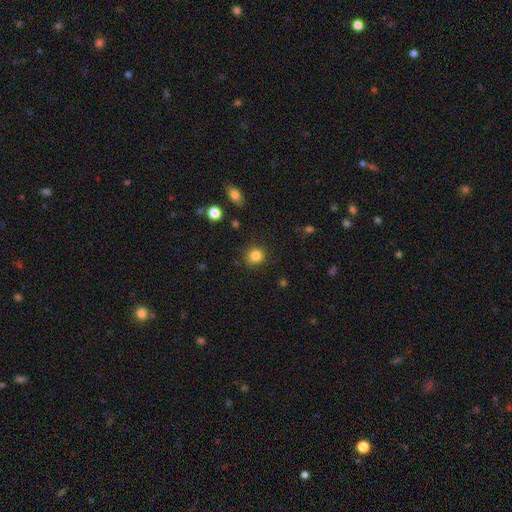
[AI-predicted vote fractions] Q: Smooth or featured?
A: smooth (84%); runner-up: star or artifact (11%)
Q: How rounded?
A: round (83%); runner-up: in between (16%)
Q: Merging?
A: none (86%); runner-up: minor disturbance (10%)